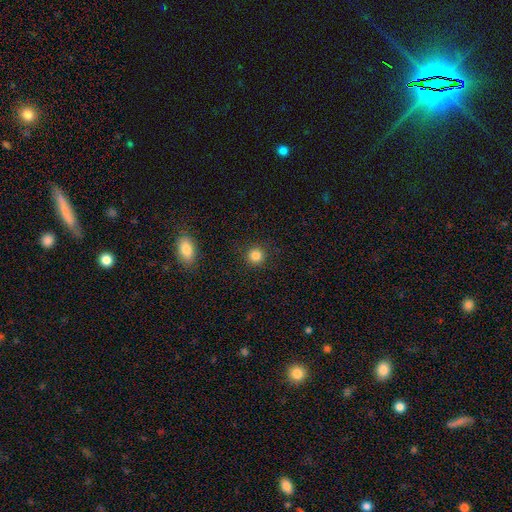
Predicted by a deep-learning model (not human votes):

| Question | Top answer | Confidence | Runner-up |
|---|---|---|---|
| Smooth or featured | smooth | 84% | star or artifact (12%) |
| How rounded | round | 94% | in between (5%) |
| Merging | none | 91% | minor disturbance (6%) |